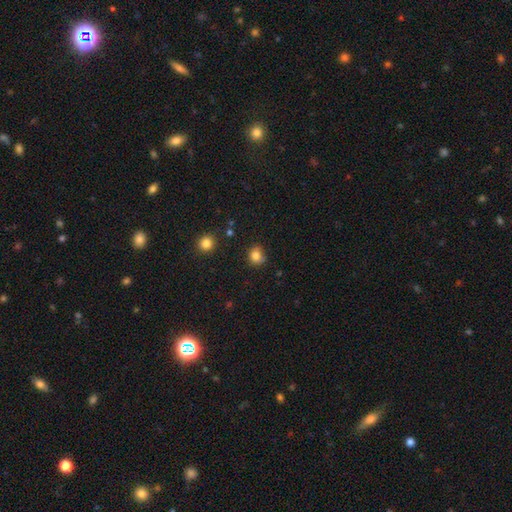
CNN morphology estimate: smooth_or_featured: smooth (p=0.82) [alt: star or artifact p=0.12]
how_rounded: round (p=0.77) [alt: in between p=0.22]
merging: none (p=0.70) [alt: minor disturbance p=0.22]